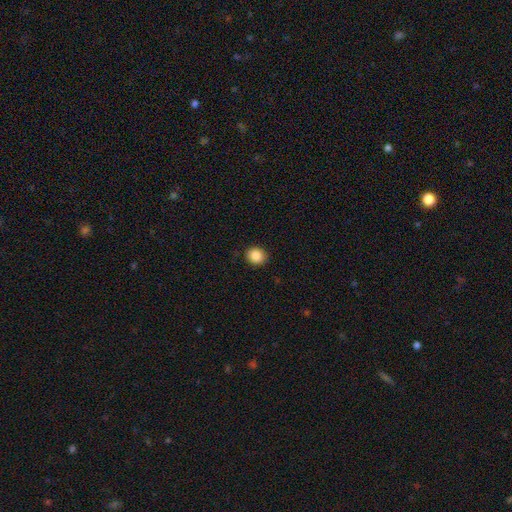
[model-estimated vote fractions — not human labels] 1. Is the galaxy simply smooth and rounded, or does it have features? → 87% smooth, 9% star or artifact, 4% featured or disk.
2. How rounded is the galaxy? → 74% round, 25% in between, 1% cigar-shaped.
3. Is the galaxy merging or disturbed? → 90% none, 7% minor disturbance, 2% major disturbance, 1% merger.